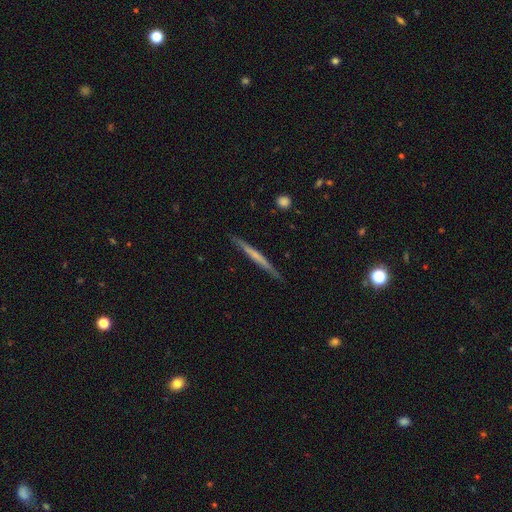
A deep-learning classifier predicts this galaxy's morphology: featured or disk 54%, smooth 40%, star or artifact 5%. Down the decision tree: edge-on disk — yes (97%); edge-on bulge — none (79%); merging — none (89%).